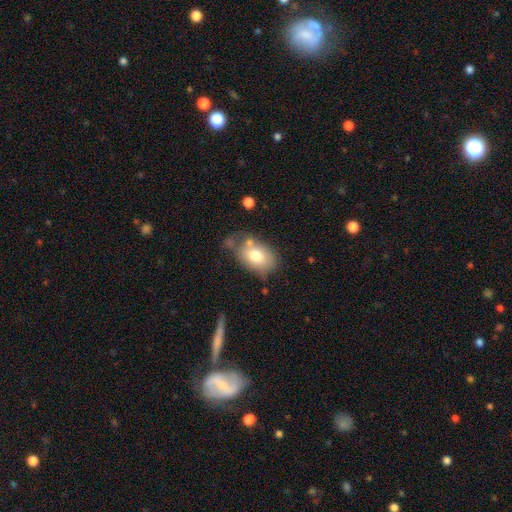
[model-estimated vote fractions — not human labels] The model was most divided on "merging": none: 51%, minor disturbance: 26%, merger: 12%, major disturbance: 11%. More confident: how rounded — in between (83%); smooth or featured — smooth (73%).